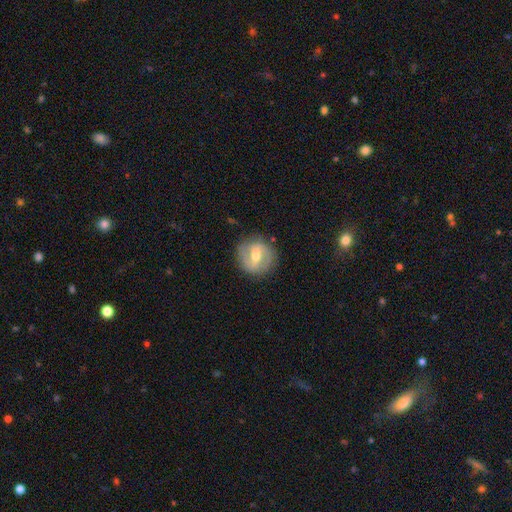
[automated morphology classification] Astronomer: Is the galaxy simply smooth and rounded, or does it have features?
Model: featured or disk — 66%.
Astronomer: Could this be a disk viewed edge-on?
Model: no — 96%.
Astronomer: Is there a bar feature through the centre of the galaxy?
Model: weak — 48% (runner-up: strong, 39%).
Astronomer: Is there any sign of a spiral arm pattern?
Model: yes — 71%.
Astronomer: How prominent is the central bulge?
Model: moderate — 64%.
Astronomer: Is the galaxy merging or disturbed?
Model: none — 81%.